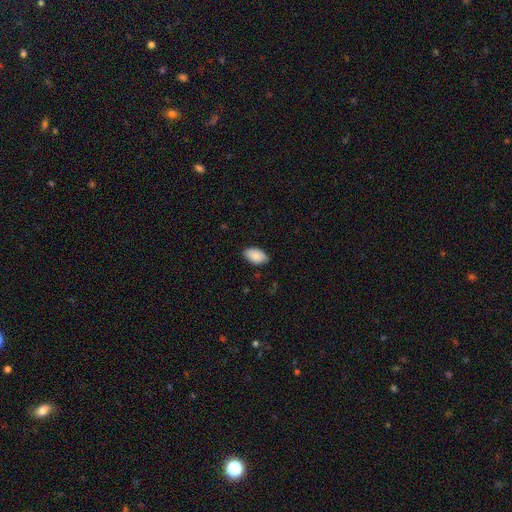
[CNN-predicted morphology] smooth-or-featured: smooth: 90% | star or artifact: 6% | featured or disk: 4%
  how-rounded: in between: 95% | round: 3% | cigar-shaped: 2%
  merging: none: 84% | minor disturbance: 13% | major disturbance: 2% | merger: 1%